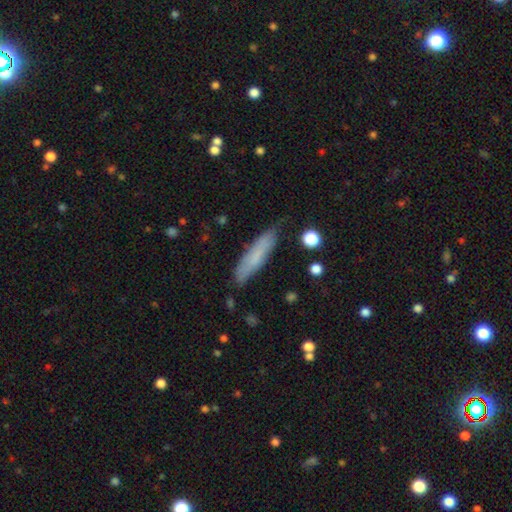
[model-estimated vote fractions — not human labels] Morphology: type=smooth (72%); roundness=cigar-shaped (78%); merging=none (80%).